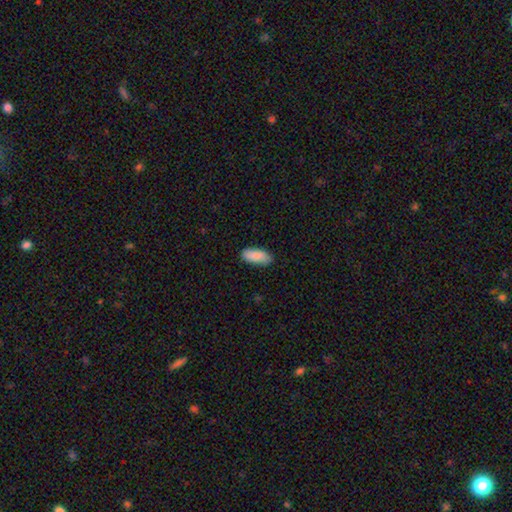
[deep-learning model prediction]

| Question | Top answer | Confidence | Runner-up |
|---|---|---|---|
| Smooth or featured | smooth | 89% | star or artifact (6%) |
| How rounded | in between | 84% | cigar-shaped (14%) |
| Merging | none | 84% | minor disturbance (13%) |